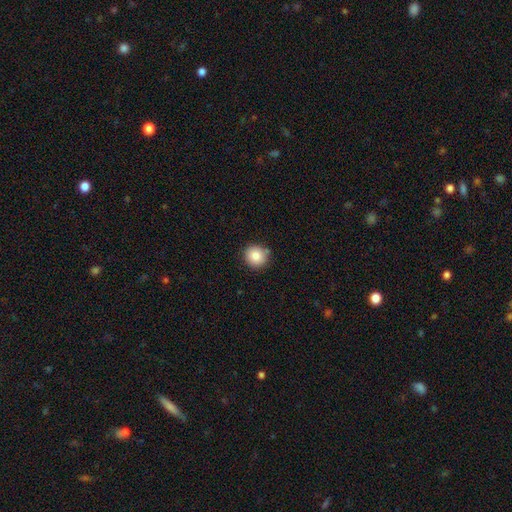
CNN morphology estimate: Smooth or featured?
  - smooth: 84% *
  - star or artifact: 9%
  - featured or disk: 6%
How rounded?
  - round: 94% *
  - in between: 5%
  - cigar-shaped: 1%
Merging?
  - none: 82% *
  - minor disturbance: 11%
  - merger: 4%
  - major disturbance: 2%